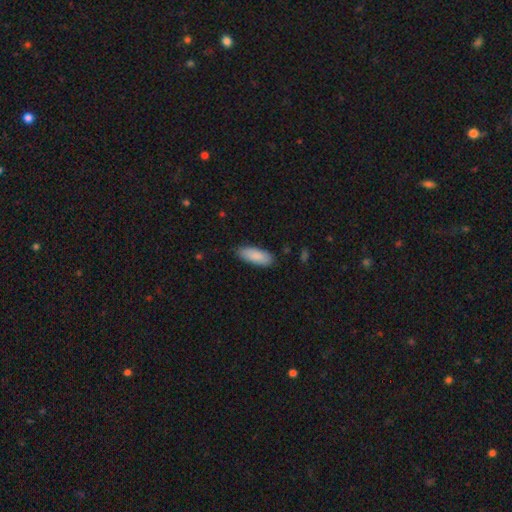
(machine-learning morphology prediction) A smooth galaxy with no disk features (88%) that is in between round and cigar-shaped (75%). Merging: none (83%).